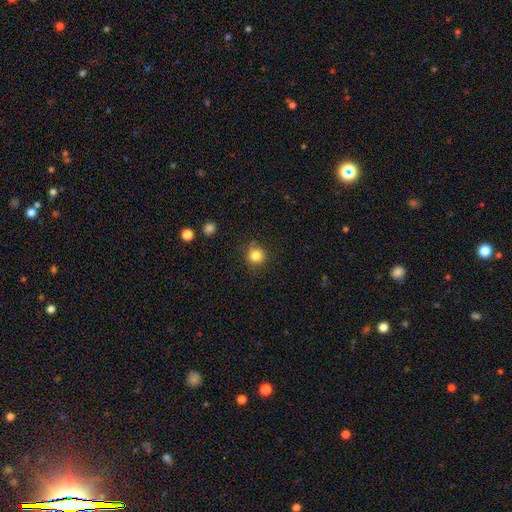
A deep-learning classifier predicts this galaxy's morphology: This is clearly a smooth galaxy (83%). How rounded: clearly round (90%). Merging: likely none (80%).